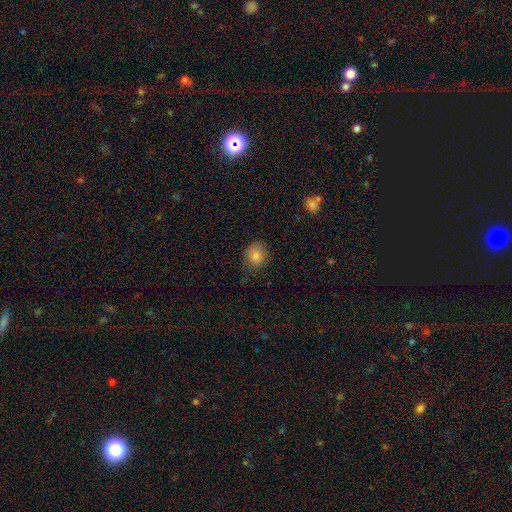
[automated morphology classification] A smooth galaxy with no disk features (82%) that is round (76%). Merging: none (79%).